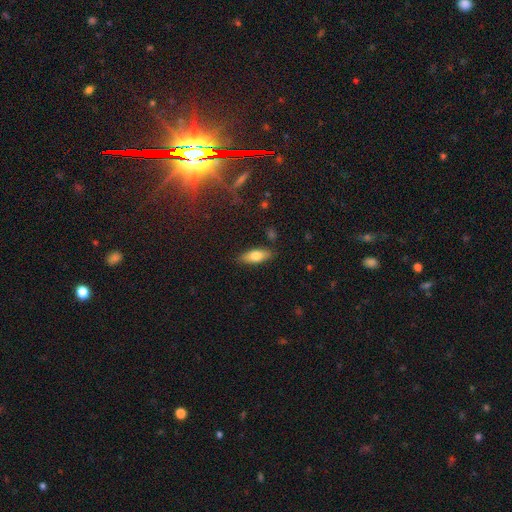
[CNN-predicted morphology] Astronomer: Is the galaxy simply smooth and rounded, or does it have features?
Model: smooth — 73%.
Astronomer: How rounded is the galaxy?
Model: in between — 70%.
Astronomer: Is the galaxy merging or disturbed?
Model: none — 85%.